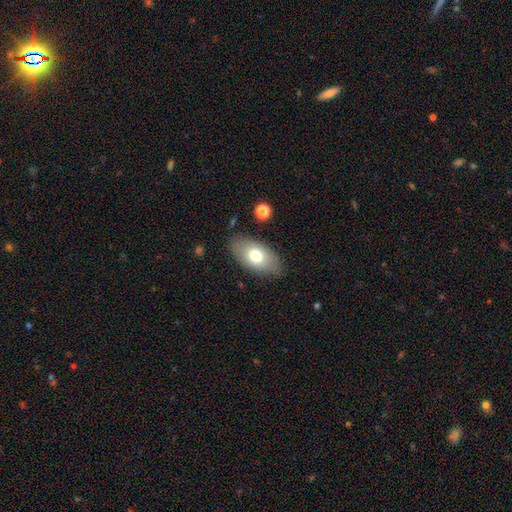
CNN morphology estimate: smooth_or_featured: smooth (p=0.70) [alt: featured or disk p=0.23]
how_rounded: in between (p=0.93) [alt: round p=0.04]
merging: none (p=0.82) [alt: minor disturbance p=0.12]